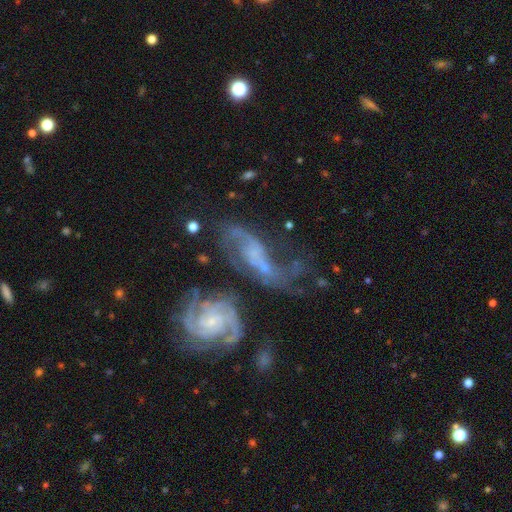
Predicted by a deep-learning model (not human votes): smooth-or-featured: featured or disk: 80% | smooth: 11% | star or artifact: 9%
  disk-edge-on: no: 95% | yes: 5%
    bar: no: 52% | weak: 35% | strong: 13%
    has-spiral-arms: yes: 92% | no: 8%
      spiral-winding: loose: 38% (tied) | medium: 38% (tied) | tight: 24%
      spiral-arm-count: 2: 68% | can't tell: 15% | 3: 6% | 1: 4% | 4: 3% | more than 4: 3%
    bulge-size: small: 57% | none: 20% | moderate: 19% | large: 3% | dominant: 1%
  merging: merger: 47% | none: 24% | major disturbance: 16% | minor disturbance: 12%